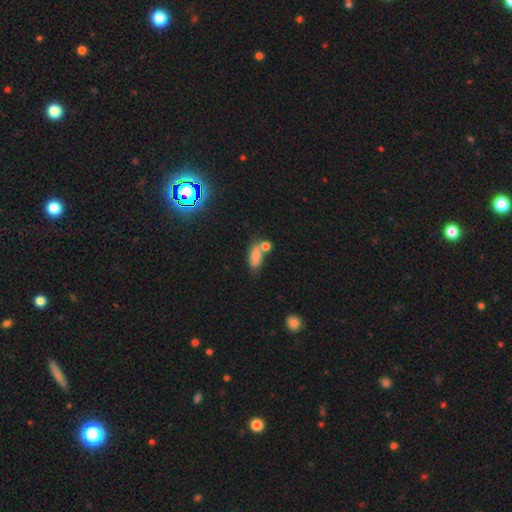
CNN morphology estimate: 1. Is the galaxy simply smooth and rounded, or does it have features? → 74% smooth, 14% featured or disk, 12% star or artifact.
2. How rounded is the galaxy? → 81% in between, 11% cigar-shaped, 8% round.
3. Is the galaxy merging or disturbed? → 41% none, 36% merger, 16% minor disturbance, 7% major disturbance.